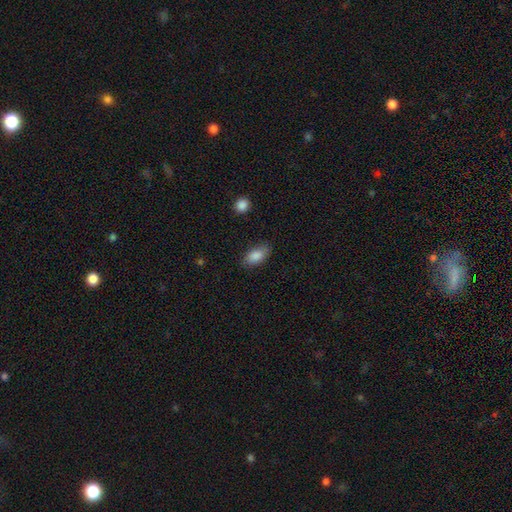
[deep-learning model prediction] Overall: smooth (86%). How rounded: in between (91%). Merging: none (79%).